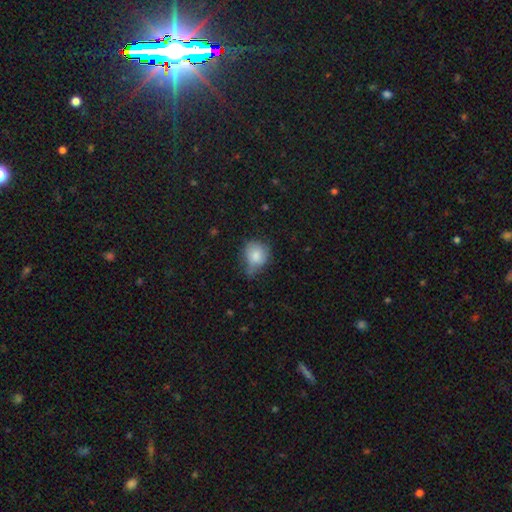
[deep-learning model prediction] Overall: smooth (80%). How rounded: round (71%). Merging: none (42%; minor disturbance 41%).